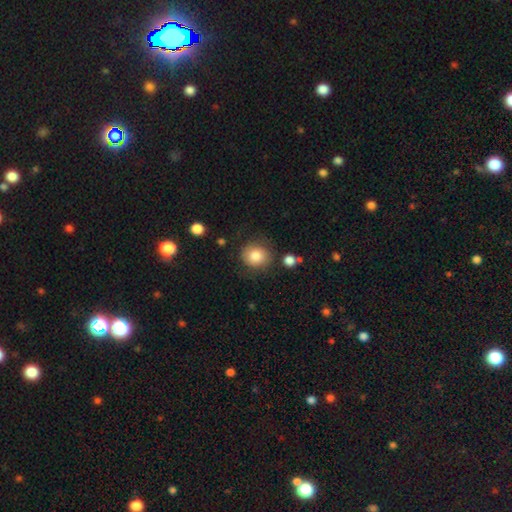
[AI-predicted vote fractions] smooth 81%, featured or disk 11%, star or artifact 8%. Down the decision tree: how rounded — round (82%); merging — none (76%).